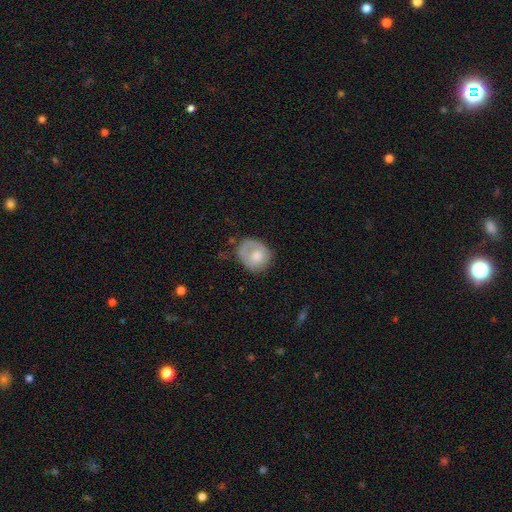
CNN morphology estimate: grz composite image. It shows a smooth galaxy with no disk features (66%) that is round (61%). Merging: none (47%).